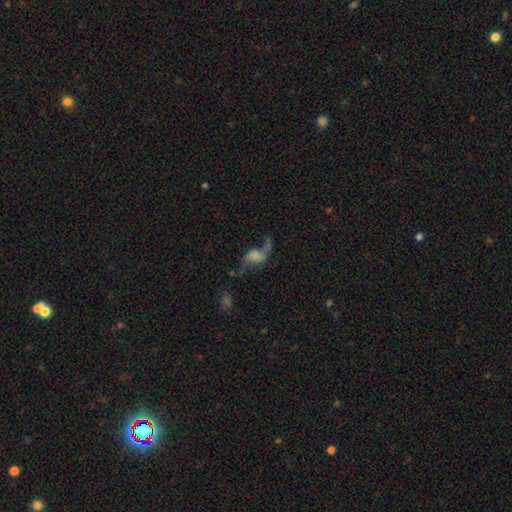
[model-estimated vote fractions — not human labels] smooth_or_featured: featured or disk (p=0.72) [alt: smooth p=0.17]
disk_edge_on: no (p=0.95) [alt: yes p=0.05]
bar: no (p=0.59) [alt: weak p=0.31]
has_spiral_arms: yes (p=0.90) [alt: no p=0.10]
spiral_winding: loose (p=0.90) [alt: medium p=0.08]
spiral_arm_count: 2 (p=0.87) [alt: 1 p=0.08]
bulge_size: none (p=0.45) [alt: small p=0.21]
merging: none (p=0.50) [alt: major disturbance p=0.25]